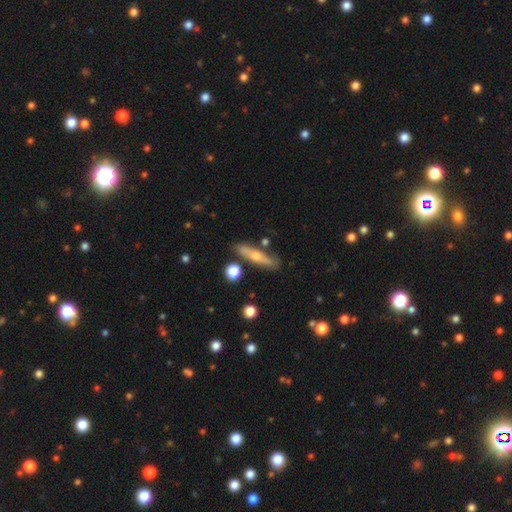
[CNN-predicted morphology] A smooth galaxy with no disk features (49%). Merging: none (78%).